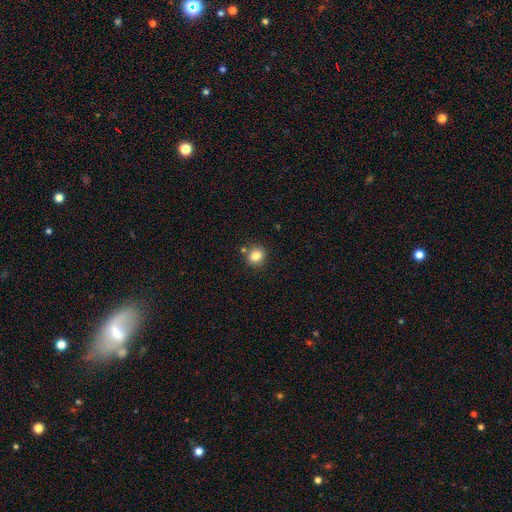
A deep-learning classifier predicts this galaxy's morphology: Overall: smooth (82%). How rounded: round (76%). Merging: none (80%).